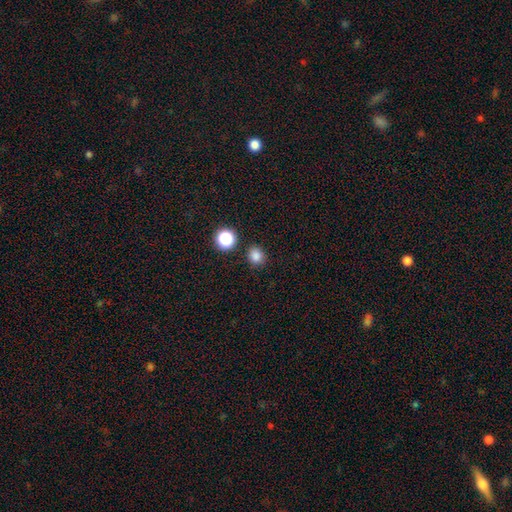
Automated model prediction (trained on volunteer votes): Smooth or featured? smooth (82%)
How rounded? round (82%)
Merging? none (85%)